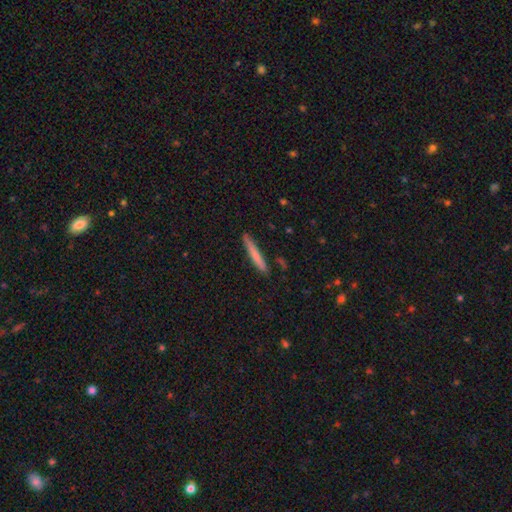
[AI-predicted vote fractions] This appears to be a smooth galaxy with no disk features (71%) that is cigar-shaped (95%). Merging: none (86%).